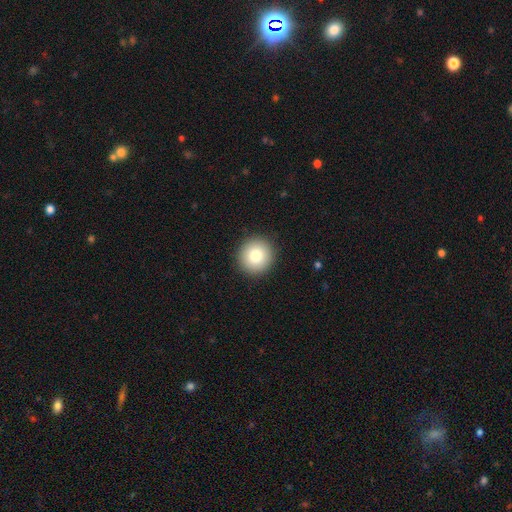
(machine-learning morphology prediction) This is clearly a smooth galaxy (82%). How rounded: clearly round (94%). Merging: clearly none (93%).